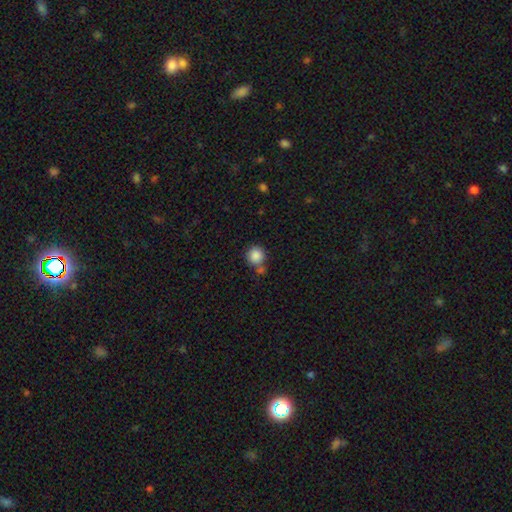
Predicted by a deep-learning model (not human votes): A smooth galaxy with no disk features (87%) that is round (92%). Merging: none (65%).